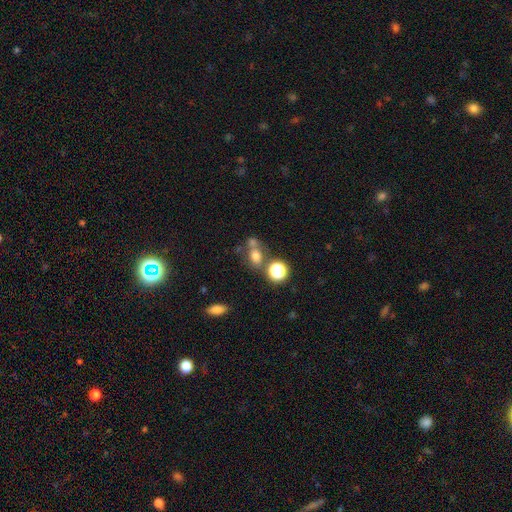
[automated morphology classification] This appears to be a smooth galaxy with no disk features (69%) that is in between round and cigar-shaped (52%). Merging: none (47%).